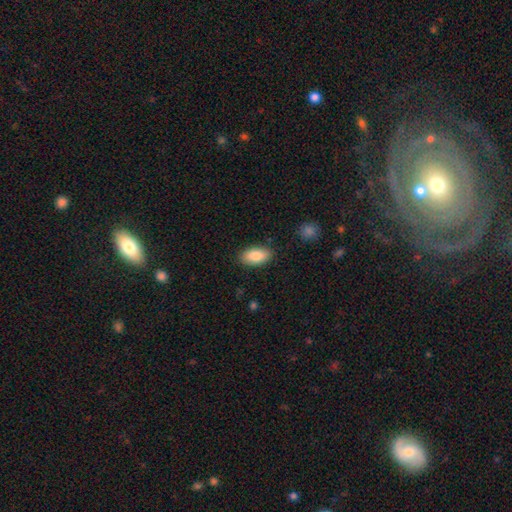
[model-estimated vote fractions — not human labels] This is clearly a smooth galaxy (86%). How rounded: clearly in between (94%). Merging: clearly none (87%).